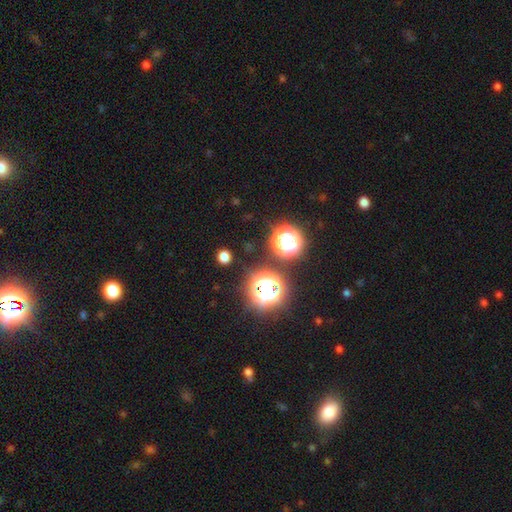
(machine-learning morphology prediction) This appears to be a star or artifact, not a galaxy (76%).